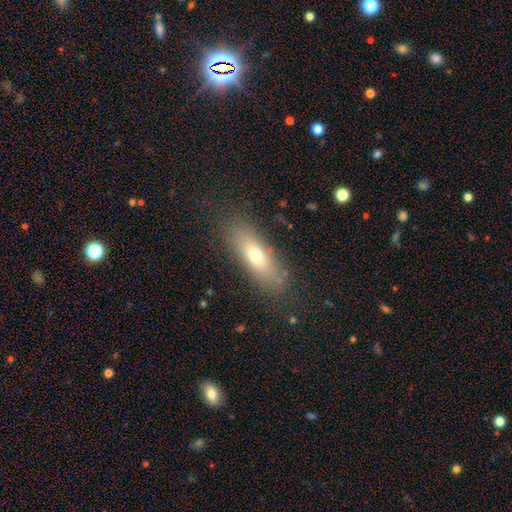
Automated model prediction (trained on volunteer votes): smooth 67%, featured or disk 23%, star or artifact 10%. Down the decision tree: how rounded — in between (58%); merging — none (82%).